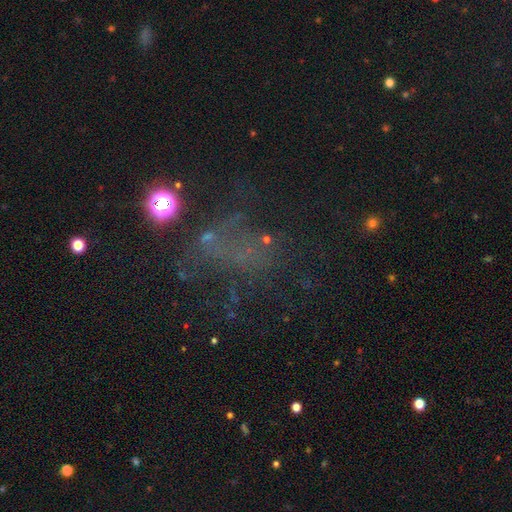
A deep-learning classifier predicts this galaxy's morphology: Q: Smooth or featured?
A: star or artifact (45%); runner-up: featured or disk (30%)